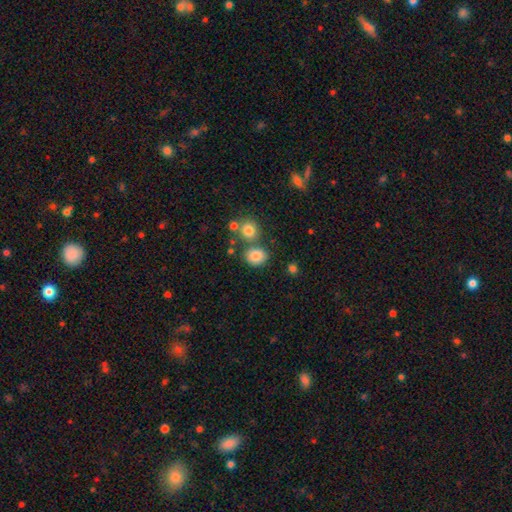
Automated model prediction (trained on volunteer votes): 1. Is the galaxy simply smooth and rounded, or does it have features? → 82% smooth, 11% star or artifact, 7% featured or disk.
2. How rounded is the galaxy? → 61% round, 38% in between, 1% cigar-shaped.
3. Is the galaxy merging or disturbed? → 66% none, 19% merger, 11% minor disturbance, 4% major disturbance.